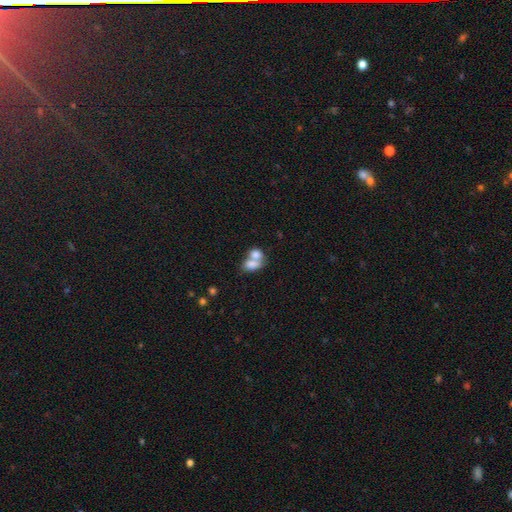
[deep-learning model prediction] Morphology: type=smooth (76%); roundness=in between (69%); merging=merger (73%).